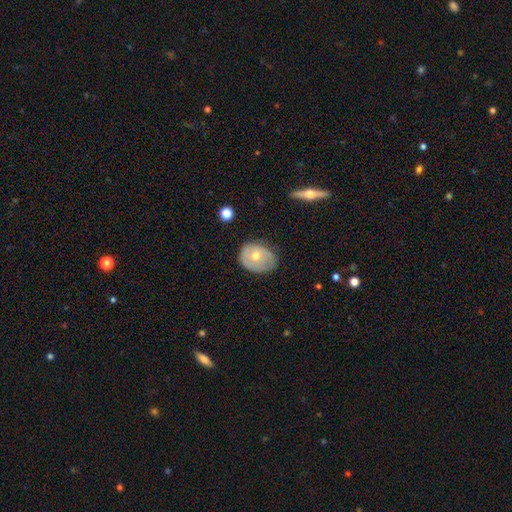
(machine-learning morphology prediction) Smooth or featured? featured or disk (50%)
Edge-on disk? no (92%)
Merging? none (69%)